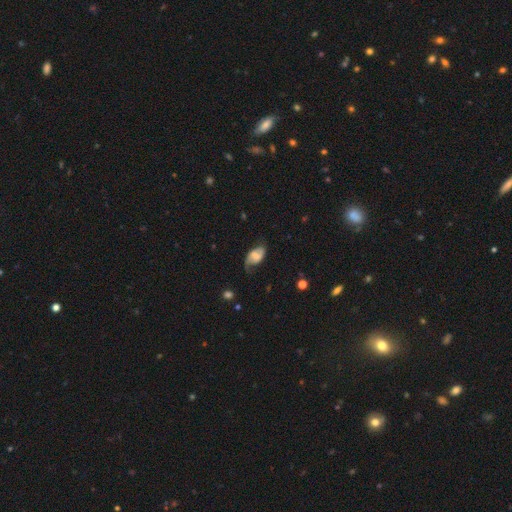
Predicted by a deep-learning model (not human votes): A featured or disk galaxy (64%) with a weak bar (46%), 2 (79%) loose (46%) spiral arms (89%) and a small central bulge (29%, tied with moderate).

Vote fractions:
- Smooth or featured? featured or disk: 64% / smooth: 28% / star or artifact: 8%
- Edge-on disk? no: 96% / yes: 4%
- Bar? weak: 46% / no: 36% / strong: 18%
- Spiral arms? yes: 89% / no: 11%
- Spiral winding? loose: 46% / medium: 39% / tight: 16%
- Spiral arm count? 2: 79% / 1: 11% / can't tell: 7% / 3: 1% / 4: 1% / more than 4: 1%
- Bulge size? small: 29% (tied) / moderate: 29% (tied) / none: 28% / large: 11% / dominant: 3%
- Merging? none: 59% / minor disturbance: 26% / major disturbance: 13% / merger: 2%